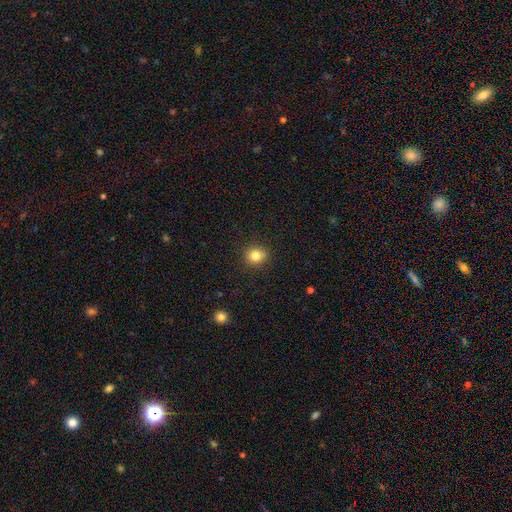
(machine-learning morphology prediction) Smooth or featured? Predicted: smooth (p=0.82). How rounded? Predicted: round (p=0.85). Merging? Predicted: none (p=0.89).